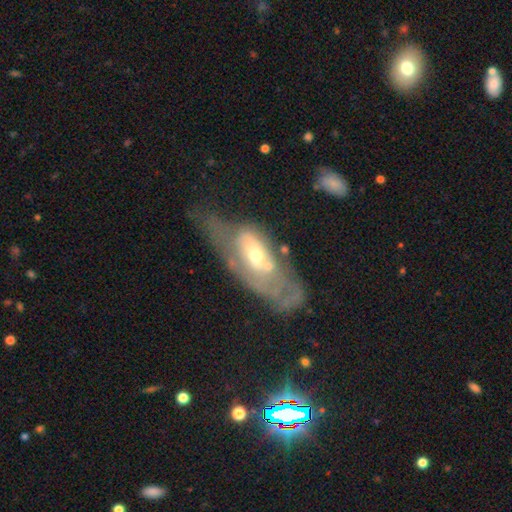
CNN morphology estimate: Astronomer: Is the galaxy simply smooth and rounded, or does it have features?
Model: featured or disk — 65%.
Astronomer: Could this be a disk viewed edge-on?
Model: no — 87%.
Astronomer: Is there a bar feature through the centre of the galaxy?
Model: no — 75%.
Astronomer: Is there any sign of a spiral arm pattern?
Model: no — 57% (runner-up: yes, 43%).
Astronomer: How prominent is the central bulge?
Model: moderate — 49% (runner-up: small, 44%).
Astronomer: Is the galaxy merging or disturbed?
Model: major disturbance — 40% (runner-up: none, 26%).